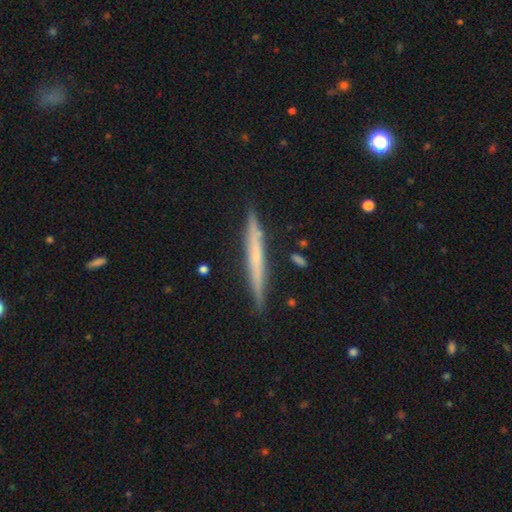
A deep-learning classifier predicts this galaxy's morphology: smooth_or_featured: featured or disk (p=0.51) [alt: smooth p=0.43]
disk_edge_on: yes (p=0.96) [alt: no p=0.04]
merging: none (p=0.88) [alt: minor disturbance p=0.08]